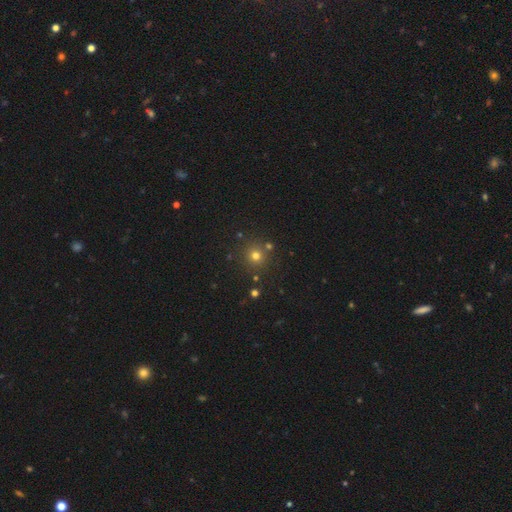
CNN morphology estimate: Smooth or featured: smooth — 72% (star or artifact — 21%)
How rounded: round — 93% (in between — 6%)
Merging: none — 83% (merger — 7%)